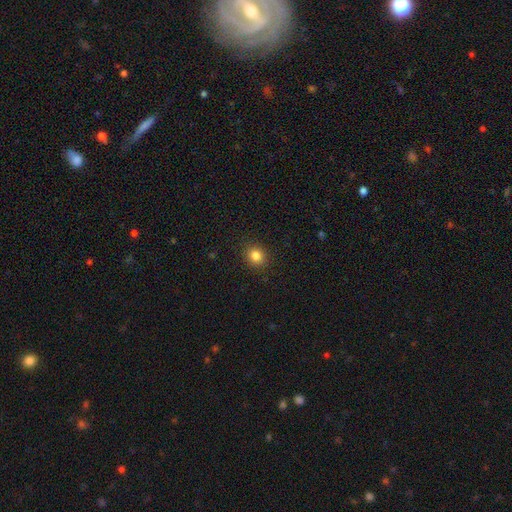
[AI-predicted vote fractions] Smooth or featured? Predicted: smooth (p=0.84). How rounded? Predicted: round (p=0.81). Merging? Predicted: none (p=0.91).